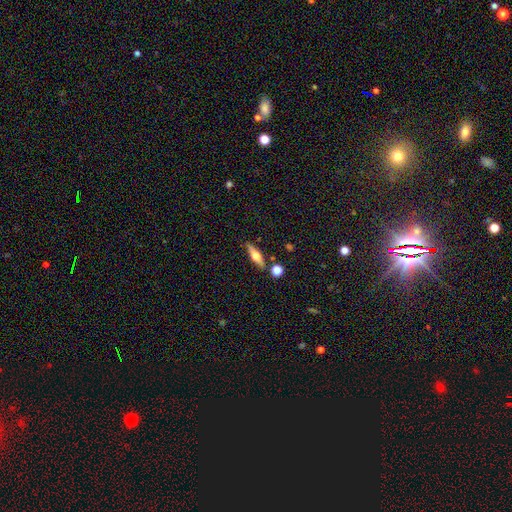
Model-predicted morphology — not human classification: This appears to be a featured or disk galaxy (54%) viewed edge-on (92%) with a rounded central bulge (94%). Merging: none (81%).